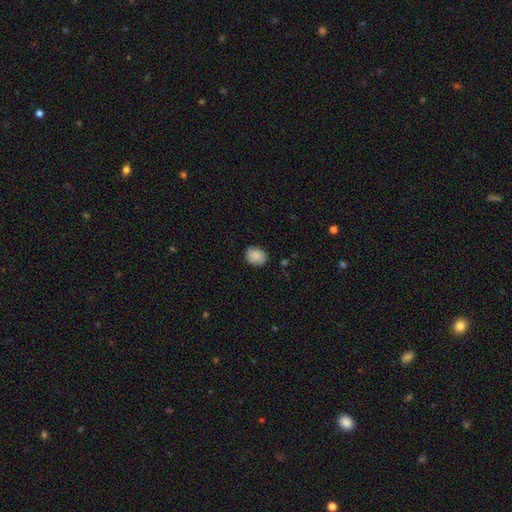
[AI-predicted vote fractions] A smooth galaxy with no disk features (88%) that is round (55%).

Vote fractions:
- Smooth or featured? smooth: 88% / star or artifact: 7% / featured or disk: 4%
- How rounded? round: 55% / in between: 45% / cigar-shaped: 1%
- Merging? none: 83% / minor disturbance: 13% / major disturbance: 3% / merger: 1%